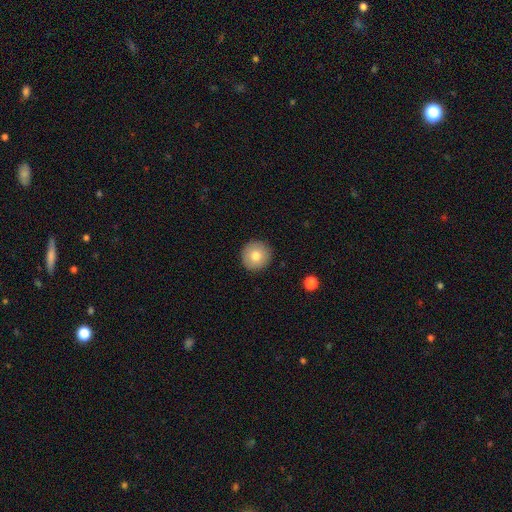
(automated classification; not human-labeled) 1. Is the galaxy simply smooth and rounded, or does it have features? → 78% smooth, 13% featured or disk, 8% star or artifact.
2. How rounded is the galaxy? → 95% round, 4% in between, 1% cigar-shaped.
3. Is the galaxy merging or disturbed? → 92% none, 5% minor disturbance, 2% major disturbance, 1% merger.